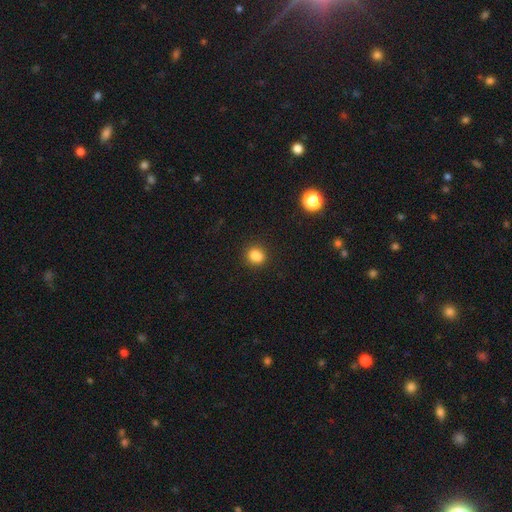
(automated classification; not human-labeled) A smooth galaxy with no disk features (85%) that is round (63%).

Vote fractions:
- Smooth or featured? smooth: 85% / star or artifact: 12% / featured or disk: 4%
- How rounded? round: 63% / in between: 35% / cigar-shaped: 1%
- Merging? none: 86% / minor disturbance: 9% / major disturbance: 3% / merger: 2%